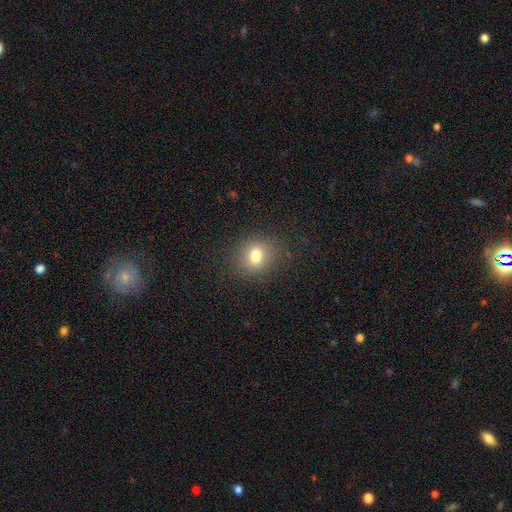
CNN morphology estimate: The model was most divided on "how rounded": round: 65%, in between: 34%, cigar-shaped: 1%. More confident: merging — none (85%); smooth or featured — smooth (76%).